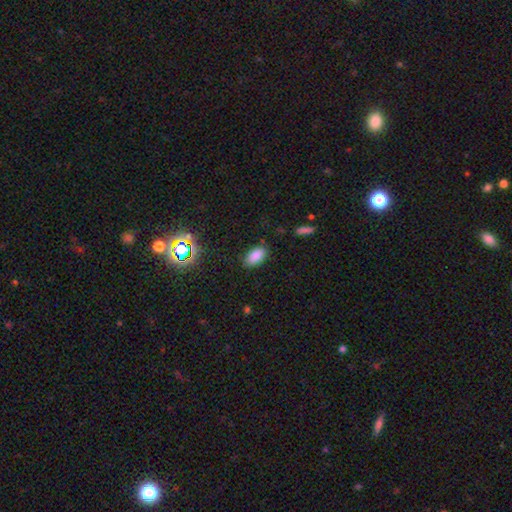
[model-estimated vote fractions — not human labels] A smooth galaxy with no disk features (84%) that is in between round and cigar-shaped (93%).

Vote fractions:
- Smooth or featured? smooth: 84% / star or artifact: 11% / featured or disk: 5%
- How rounded? in between: 93% / round: 4% / cigar-shaped: 3%
- Merging? none: 84% / minor disturbance: 11% / major disturbance: 3% / merger: 1%